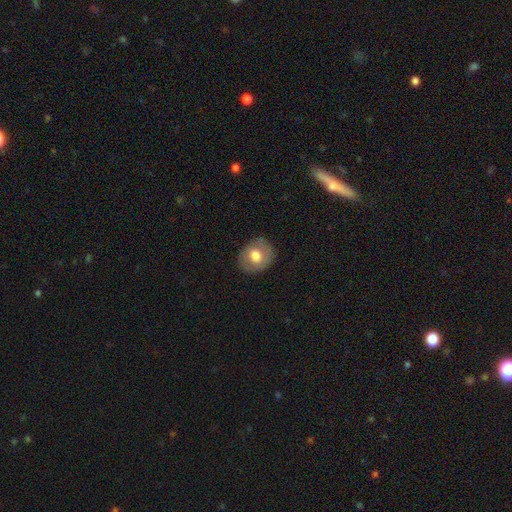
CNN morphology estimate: smooth_or_featured: smooth (p=0.67) [alt: featured or disk p=0.26]
how_rounded: round (p=0.64) [alt: in between p=0.35]
merging: none (p=0.82) [alt: minor disturbance p=0.13]